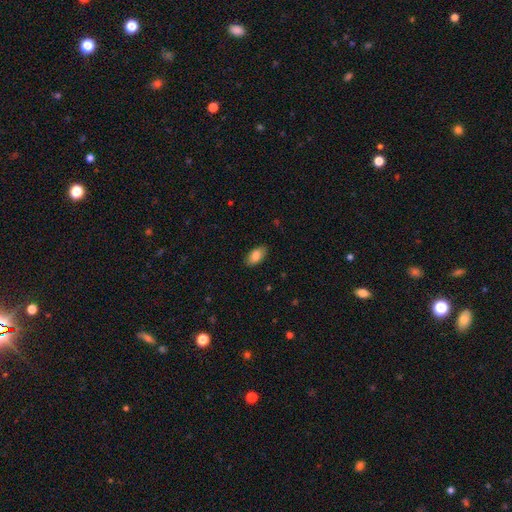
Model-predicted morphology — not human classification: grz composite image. It shows a smooth galaxy with no disk features (84%) that is in between round and cigar-shaped (94%). Merging: none (86%).